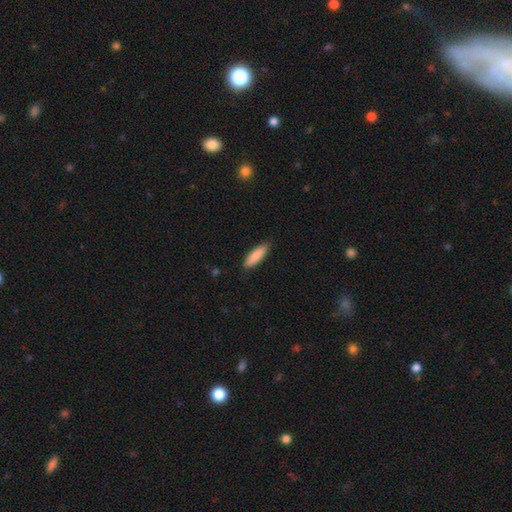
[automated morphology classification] The model was most divided on "how rounded": cigar-shaped: 54%, in between: 45%, round: 1%. More confident: smooth or featured — smooth (86%); merging — none (86%).